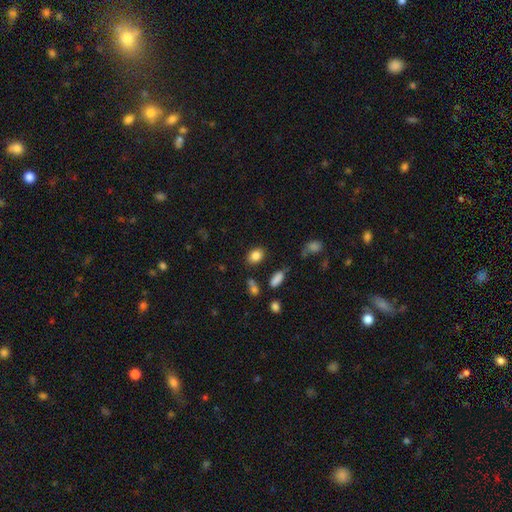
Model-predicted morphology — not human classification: smooth-or-featured: smooth: 84% | star or artifact: 10% | featured or disk: 6%
  how-rounded: in between: 73% | round: 26% | cigar-shaped: 1%
  merging: none: 83% | minor disturbance: 11% | major disturbance: 3% | merger: 3%